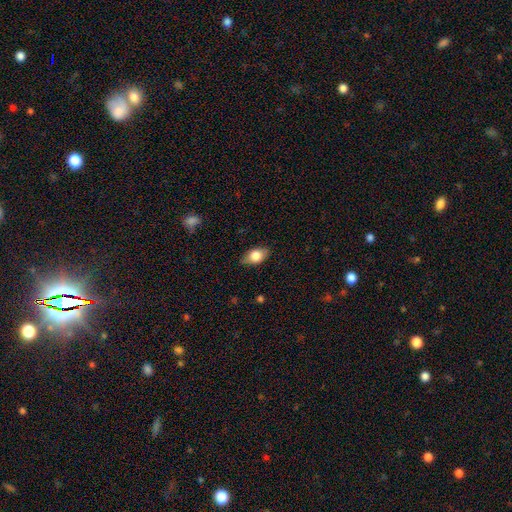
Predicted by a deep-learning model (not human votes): Q: Smooth or featured?
A: smooth (79%); runner-up: featured or disk (14%)
Q: How rounded?
A: in between (88%); runner-up: round (9%)
Q: Merging?
A: none (83%); runner-up: minor disturbance (14%)